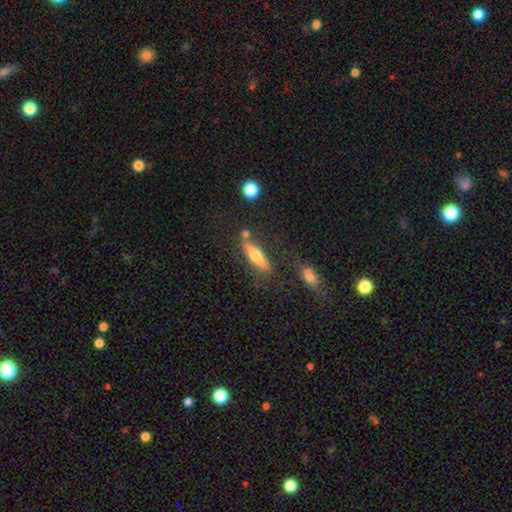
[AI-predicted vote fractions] smooth 56%, featured or disk 37%, star or artifact 7%. Down the decision tree: how rounded — cigar-shaped (63%); merging — none (68%).